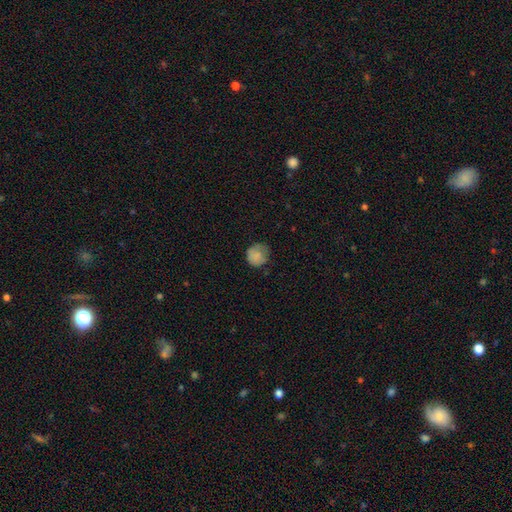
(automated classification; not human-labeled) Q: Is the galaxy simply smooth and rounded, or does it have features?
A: smooth — 83%.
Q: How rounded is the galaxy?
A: round — 86%.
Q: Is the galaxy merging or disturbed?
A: none — 65%.